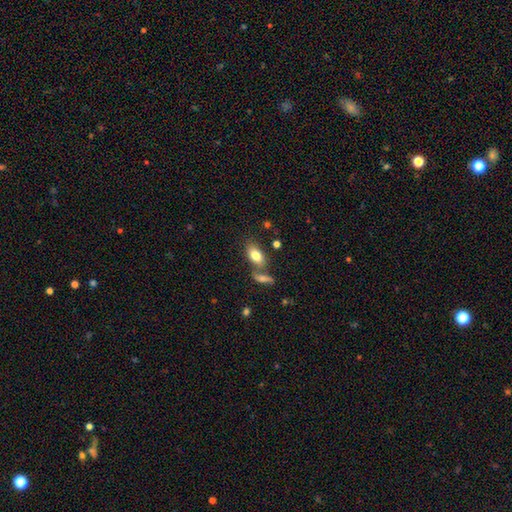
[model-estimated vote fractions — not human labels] This appears to be a smooth galaxy with no disk features (79%) that is in between round and cigar-shaped (89%). Merging: none (56%).